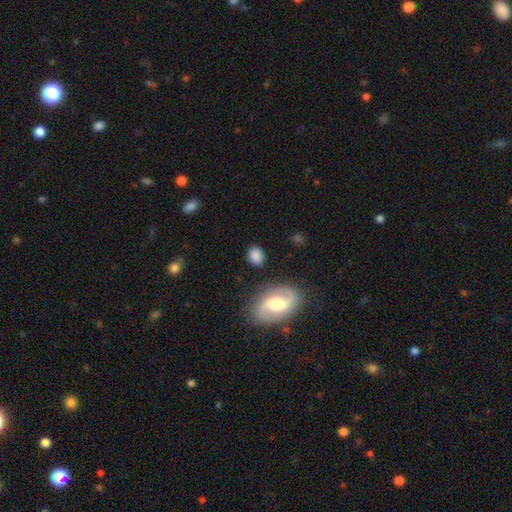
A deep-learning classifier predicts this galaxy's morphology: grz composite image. It shows a smooth galaxy with no disk features (74%) that is in between round and cigar-shaped (67%). Merging: none (79%).